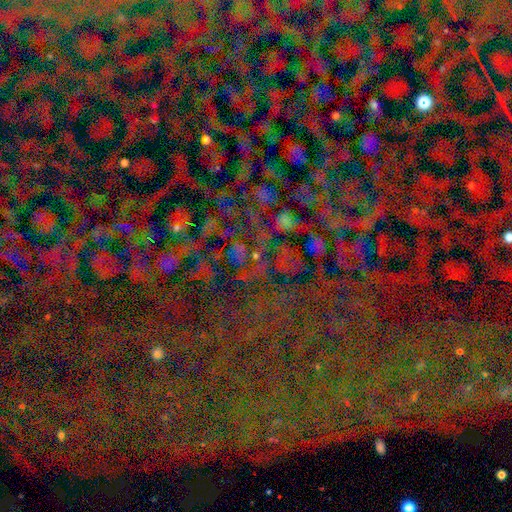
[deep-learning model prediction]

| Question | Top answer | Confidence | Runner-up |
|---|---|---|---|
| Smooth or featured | star or artifact | 70% | smooth (20%) |